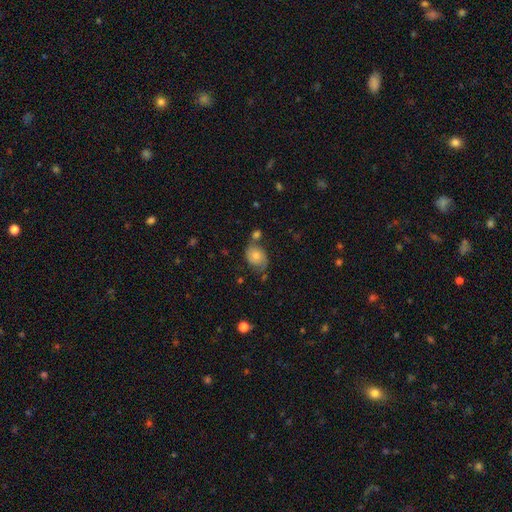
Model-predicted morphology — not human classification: Smooth or featured: smooth — 53% (featured or disk — 38%)
How rounded: in between — 58% (round — 41%)
Merging: none — 49% (minor disturbance — 25%)